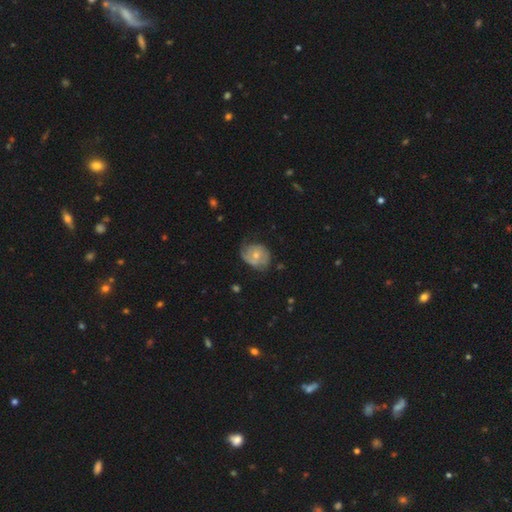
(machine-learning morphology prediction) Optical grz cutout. It shows a featured or disk galaxy (58%) with no bar (73%), spiral arms (79%) and a moderate central bulge (52%). Merging: none (55%).